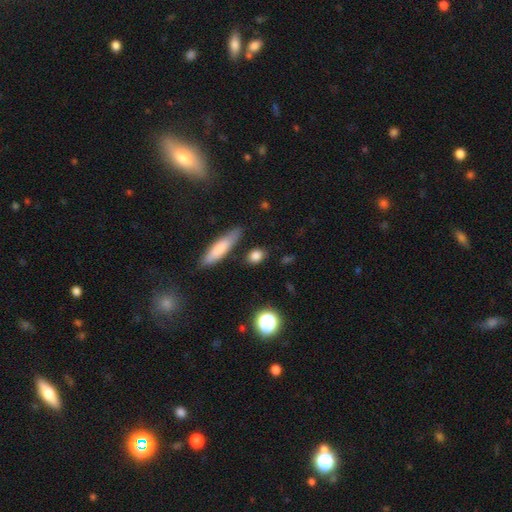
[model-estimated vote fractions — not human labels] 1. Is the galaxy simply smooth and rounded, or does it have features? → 82% smooth, 9% star or artifact, 8% featured or disk.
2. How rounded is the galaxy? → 52% in between, 35% round, 12% cigar-shaped.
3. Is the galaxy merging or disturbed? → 82% none, 12% minor disturbance, 4% merger, 3% major disturbance.